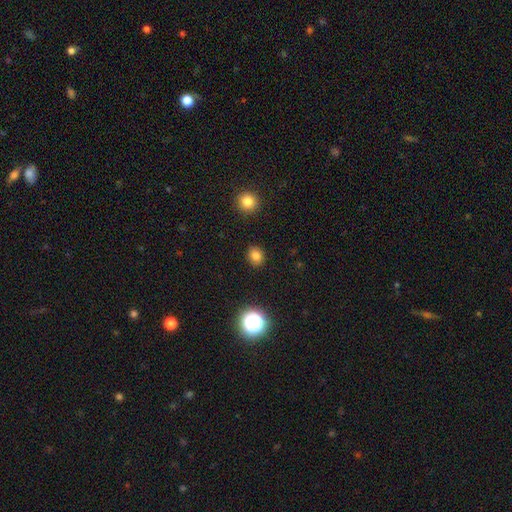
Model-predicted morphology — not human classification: Smooth or featured? Predicted: smooth (p=0.79). How rounded? Predicted: round (p=0.65). Merging? Predicted: none (p=0.89).